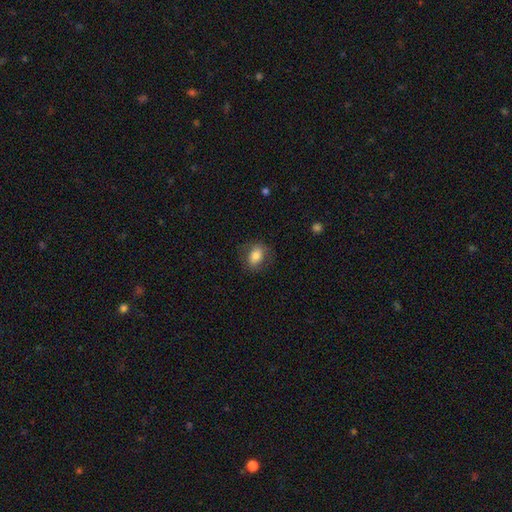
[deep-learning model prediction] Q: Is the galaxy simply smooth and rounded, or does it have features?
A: smooth — 80%.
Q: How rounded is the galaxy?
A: in between — 72%.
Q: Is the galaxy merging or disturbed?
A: none — 80%.